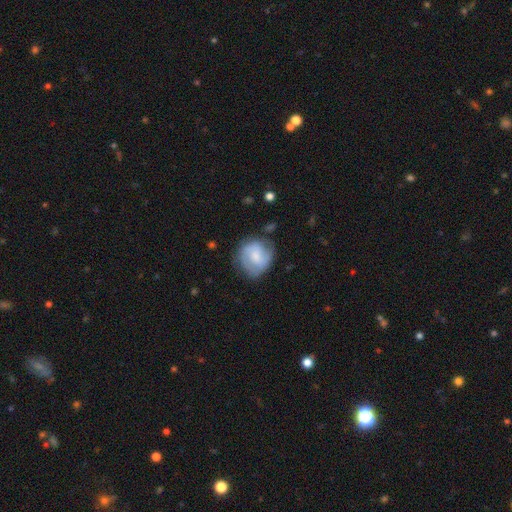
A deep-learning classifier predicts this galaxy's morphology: Smooth or featured? Predicted: featured or disk (p=0.48). Merging? Predicted: none (p=0.64).